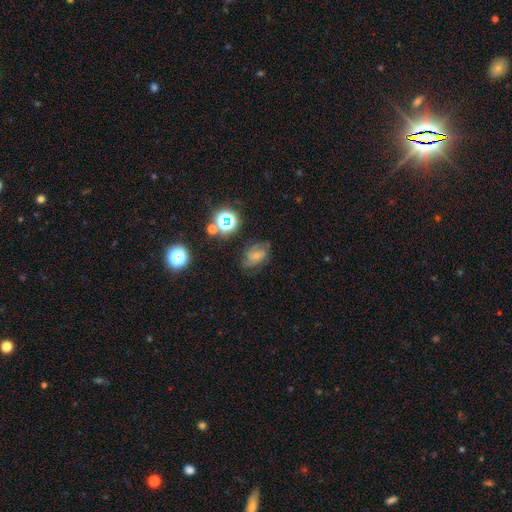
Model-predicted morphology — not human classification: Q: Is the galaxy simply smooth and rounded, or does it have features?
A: featured or disk — 47%.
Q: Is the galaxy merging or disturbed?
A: none — 62%.